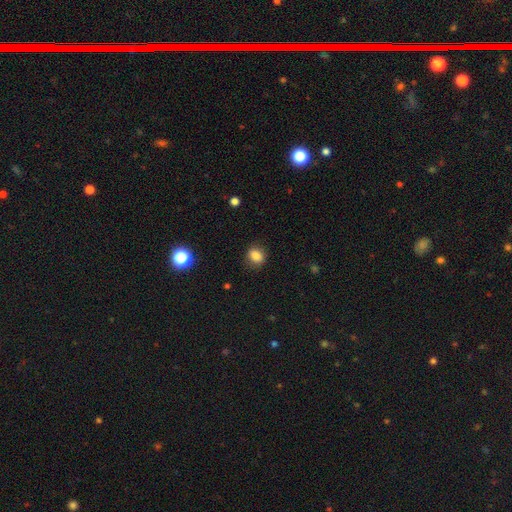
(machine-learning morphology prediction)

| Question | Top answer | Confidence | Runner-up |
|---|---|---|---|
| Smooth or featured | smooth | 83% | star or artifact (11%) |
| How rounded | round | 57% | in between (42%) |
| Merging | none | 83% | minor disturbance (12%) |